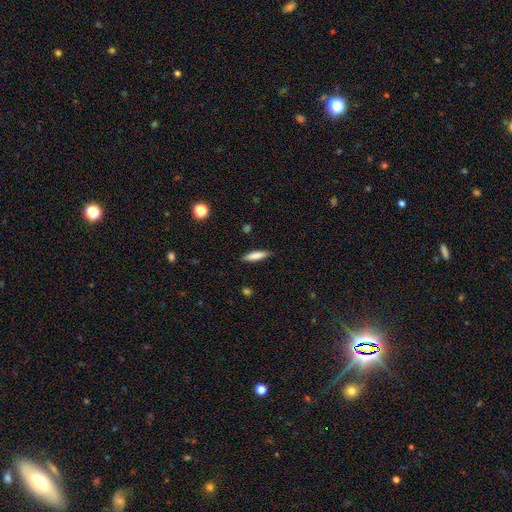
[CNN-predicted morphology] type=smooth (81%); roundness=cigar-shaped (72%); merging=none (87%).